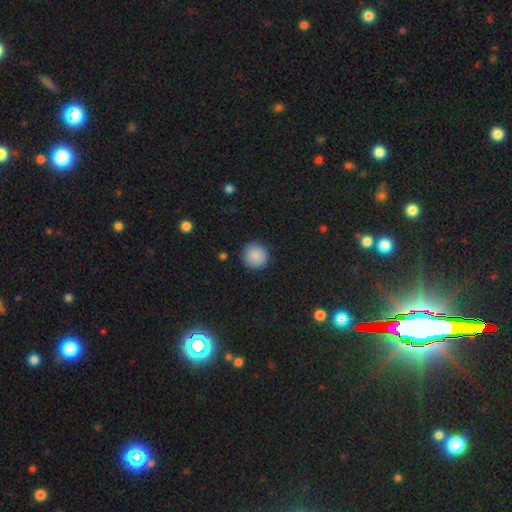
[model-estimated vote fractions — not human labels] This appears to be a smooth galaxy with no disk features (88%) that is round (94%). Merging: none (89%).